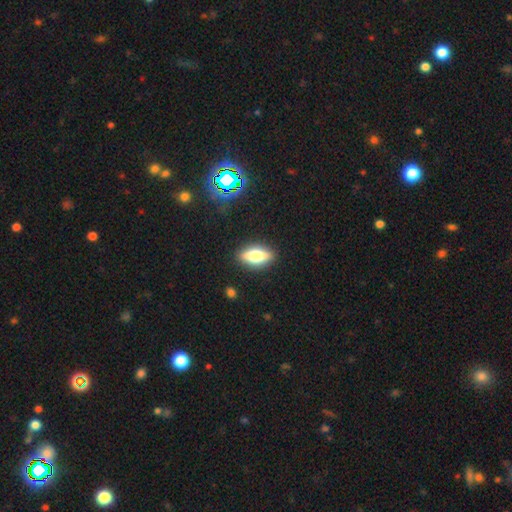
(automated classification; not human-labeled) The model was most divided on "smooth or featured": smooth: 62%, featured or disk: 29%, star or artifact: 9%. More confident: merging — none (88%); how rounded — in between (72%).